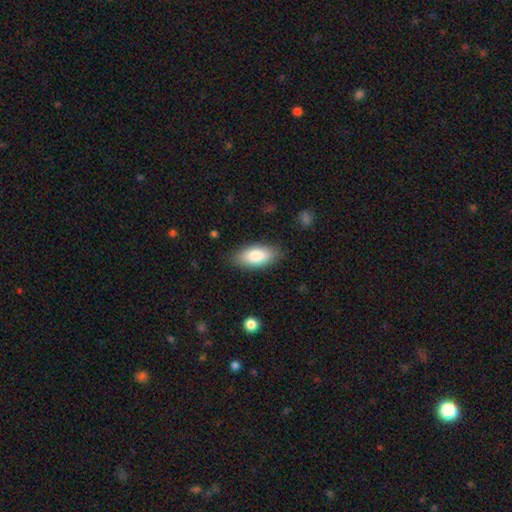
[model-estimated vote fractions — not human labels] smooth-or-featured: smooth: 84% | featured or disk: 10% | star or artifact: 6%
  how-rounded: in between: 88% | cigar-shaped: 9% | round: 2%
  merging: none: 84% | minor disturbance: 12% | major disturbance: 3% | merger: 1%